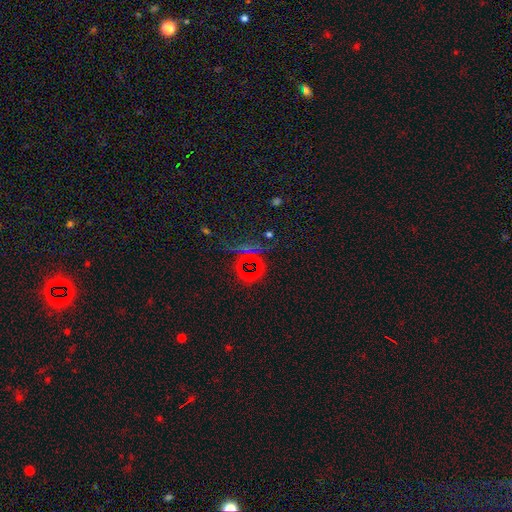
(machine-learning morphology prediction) smooth_or_featured: star or artifact (p=0.72) [alt: smooth p=0.17]